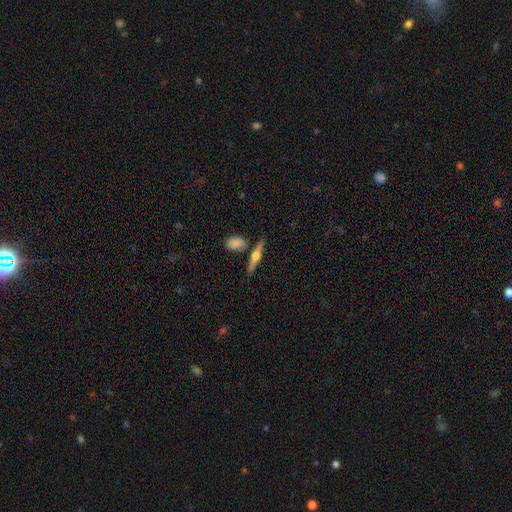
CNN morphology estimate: Overall: featured or disk (66%; smooth 27%). Edge-on disk: yes (96%). Edge-on bulge: rounded (91%). Merging: none (77%).